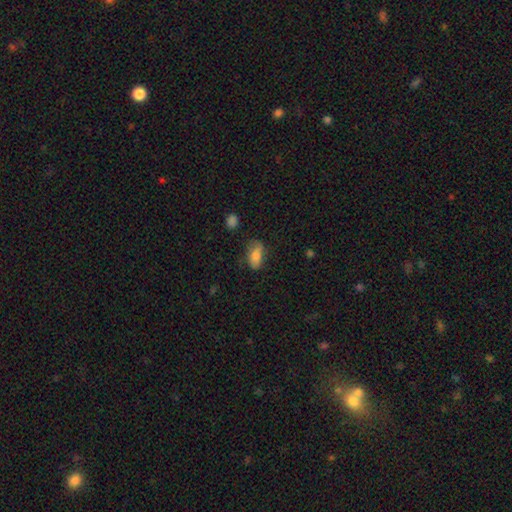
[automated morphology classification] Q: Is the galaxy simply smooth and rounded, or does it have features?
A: smooth — 77%.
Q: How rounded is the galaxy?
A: in between — 90%.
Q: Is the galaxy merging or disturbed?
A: none — 59%.